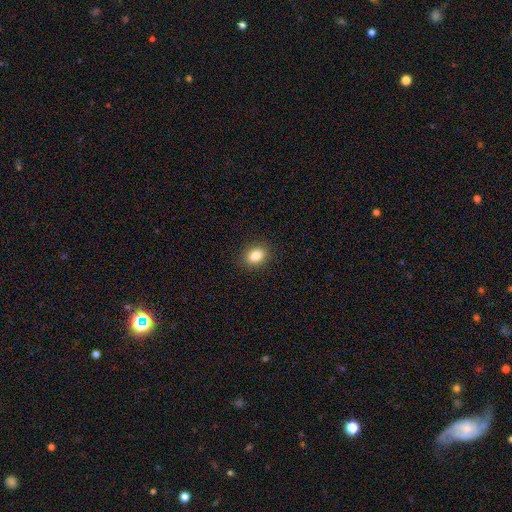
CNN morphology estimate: A smooth galaxy with no disk features (85%) that is in between round and cigar-shaped (66%).

Vote fractions:
- Smooth or featured? smooth: 85% / star or artifact: 9% / featured or disk: 6%
- How rounded? in between: 66% / round: 33% / cigar-shaped: 1%
- Merging? none: 89% / minor disturbance: 7% / major disturbance: 2% / merger: 1%